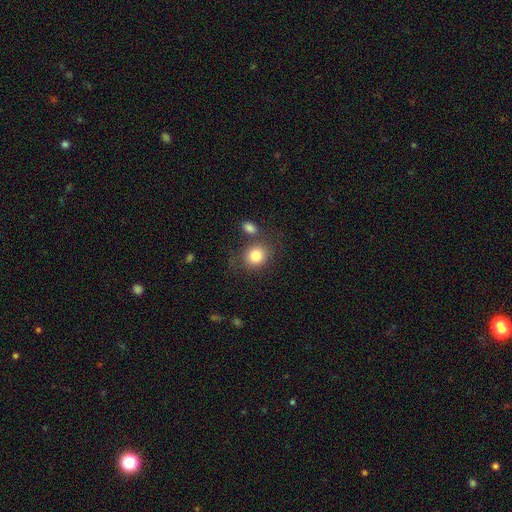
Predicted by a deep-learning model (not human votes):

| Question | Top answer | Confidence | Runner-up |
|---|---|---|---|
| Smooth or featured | smooth | 82% | star or artifact (10%) |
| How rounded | round | 71% | in between (28%) |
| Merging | none | 68% | merger (14%) |